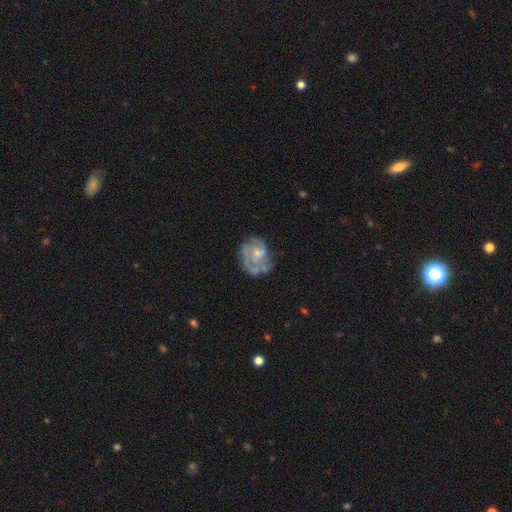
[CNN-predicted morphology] This appears to be a featured or disk galaxy (73%) with no bar (68%), spiral arms (69%) and a small central bulge (40%). Merging: none (49%).